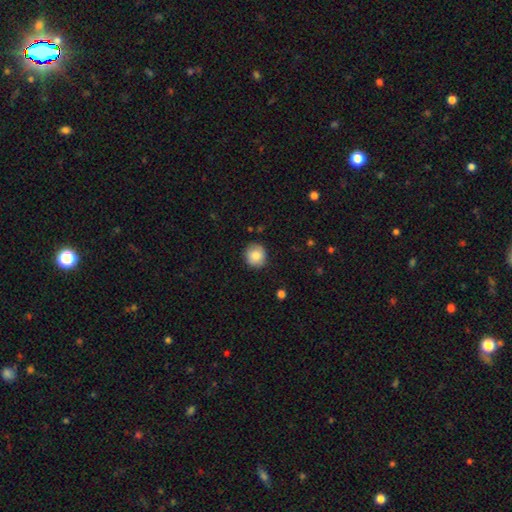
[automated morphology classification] type=smooth (84%); roundness=round (90%); merging=none (87%).